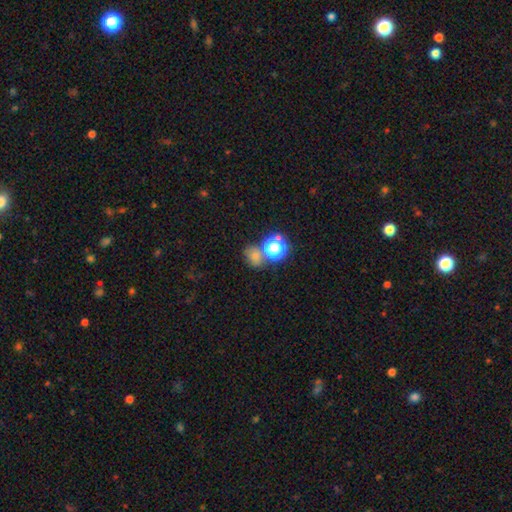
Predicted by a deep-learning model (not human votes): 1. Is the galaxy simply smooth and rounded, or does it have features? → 58% smooth, 34% star or artifact, 9% featured or disk.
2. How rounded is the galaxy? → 69% round, 30% in between, 1% cigar-shaped.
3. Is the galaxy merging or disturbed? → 64% none, 21% merger, 10% minor disturbance, 5% major disturbance.